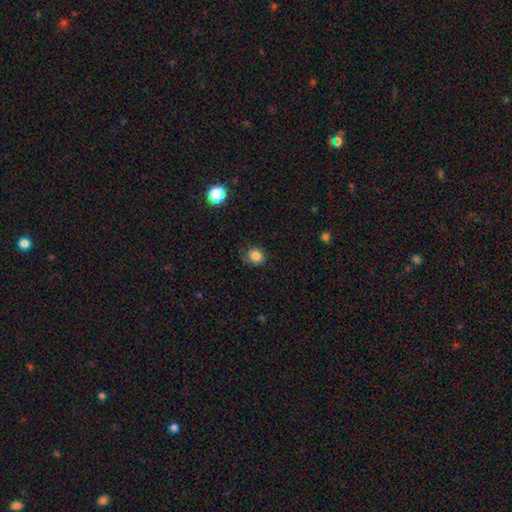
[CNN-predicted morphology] smooth_or_featured: smooth (p=0.84) [alt: star or artifact p=0.11]
how_rounded: round (p=0.75) [alt: in between p=0.24]
merging: none (p=0.75) [alt: minor disturbance p=0.19]